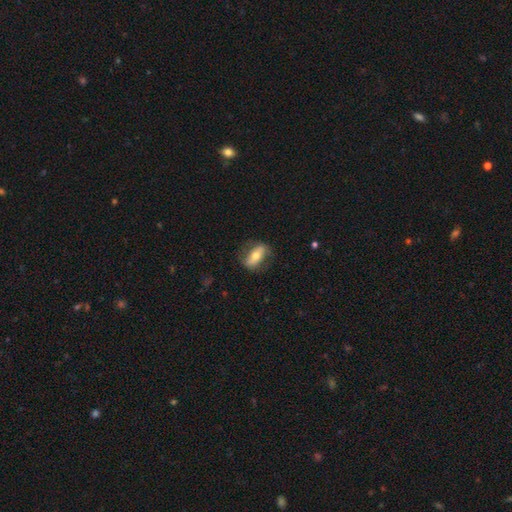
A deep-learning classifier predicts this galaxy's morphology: Smooth or featured? smooth (50%)
How rounded? in between (74%)
Merging? none (76%)